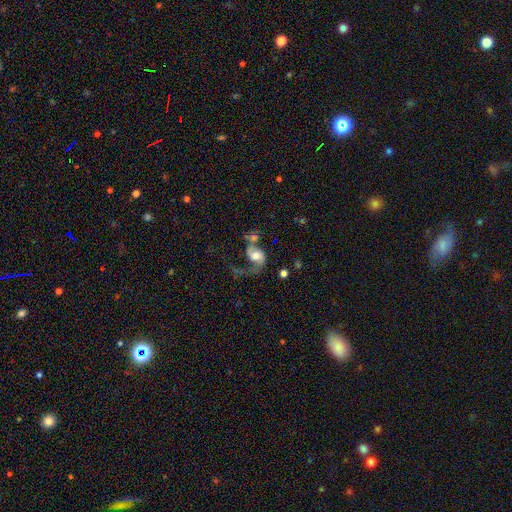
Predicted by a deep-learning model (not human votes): This is possibly a featured or disk galaxy (59%). It is clearly not viewed edge-on (97%). Bar: likely no (64%). Spiral arm pattern: clearly yes (83%). Central bulge: possibly moderate (49%). Merging: marginally major disturbance (38%).